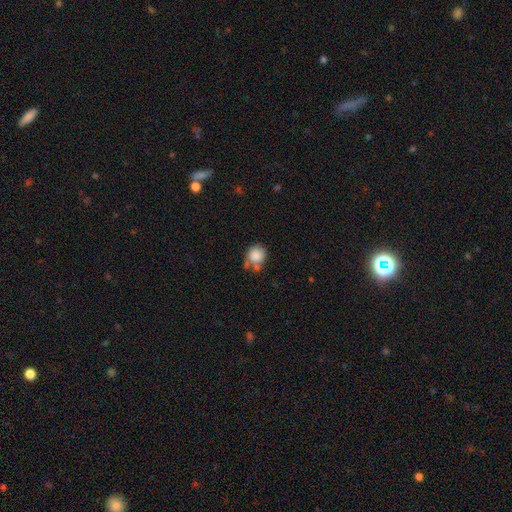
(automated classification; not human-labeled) Overall: smooth (84%). How rounded: round (76%). Merging: none (52%; minor disturbance 23%).